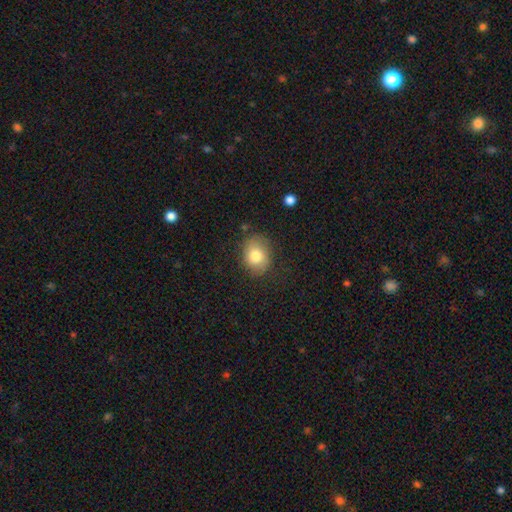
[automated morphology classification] Smooth or featured?
  - smooth: 78% *
  - featured or disk: 13%
  - star or artifact: 9%
How rounded?
  - in between: 51% *
  - round: 49%
  - cigar-shaped: 1%
Merging?
  - none: 78% *
  - minor disturbance: 16%
  - major disturbance: 5%
  - merger: 2%